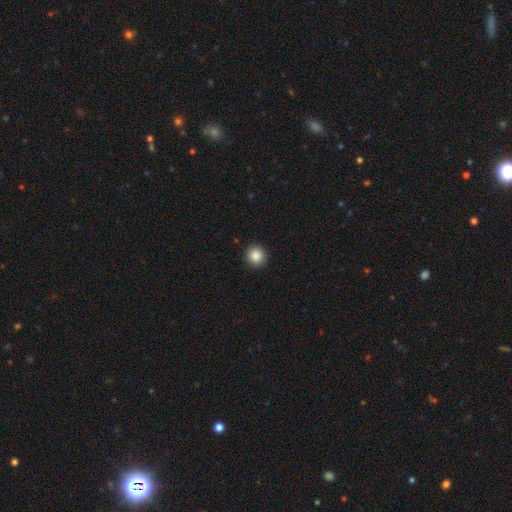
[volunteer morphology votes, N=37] A smooth galaxy with no disk features (92%) that is round (100%). Merging: none (91%).